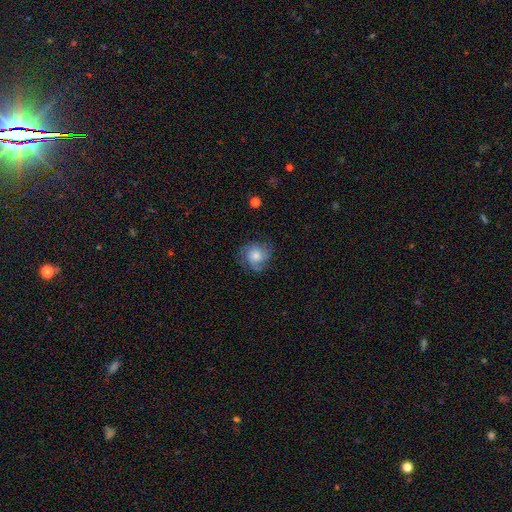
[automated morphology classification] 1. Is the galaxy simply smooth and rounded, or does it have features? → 59% featured or disk, 33% smooth, 9% star or artifact.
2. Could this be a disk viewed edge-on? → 98% no, 2% yes.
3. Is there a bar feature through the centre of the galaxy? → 79% no, 18% weak, 2% strong.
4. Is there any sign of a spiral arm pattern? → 91% yes, 9% no.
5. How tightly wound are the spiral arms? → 46% tight, 40% medium, 14% loose.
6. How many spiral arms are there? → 37% 3, 24% can't tell, 18% 2, 10% 4, 6% 1, 5% more than 4.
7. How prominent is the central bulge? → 48% moderate, 25% large, 19% small, 6% none, 3% dominant.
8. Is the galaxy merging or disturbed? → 71% none, 18% minor disturbance, 9% major disturbance, 1% merger.